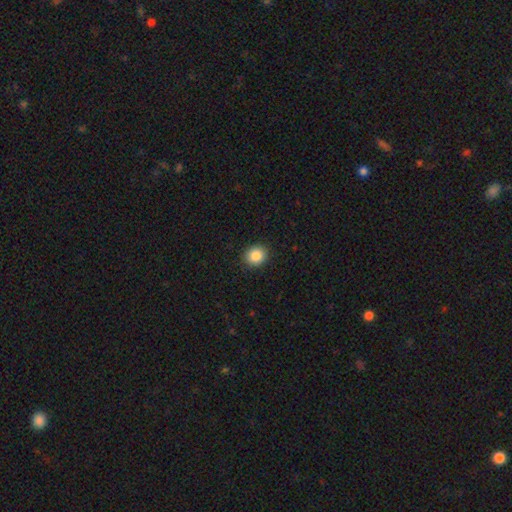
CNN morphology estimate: smooth-or-featured: smooth: 87% | star or artifact: 9% | featured or disk: 4%
  how-rounded: round: 73% | in between: 26% | cigar-shaped: 1%
  merging: none: 91% | minor disturbance: 7% | major disturbance: 2% | merger: 1%